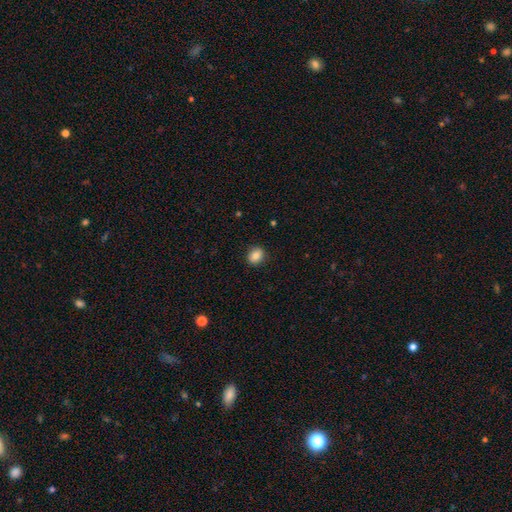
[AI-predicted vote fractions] This appears to be a smooth galaxy with no disk features (83%) that is round (70%). Merging: none (89%).